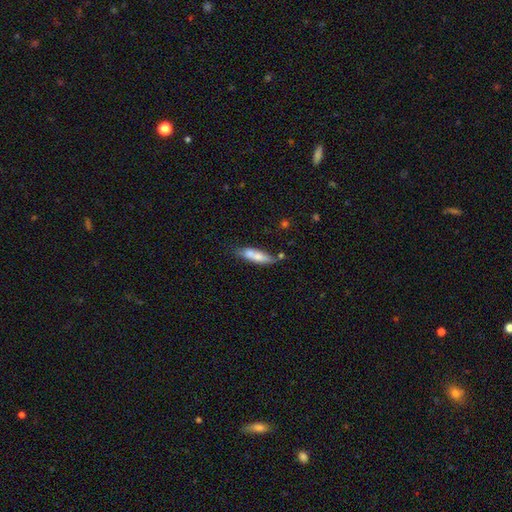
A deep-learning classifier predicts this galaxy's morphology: This is likely a smooth galaxy (67%). How rounded: likely cigar-shaped (66%). Merging: possibly none (54%).